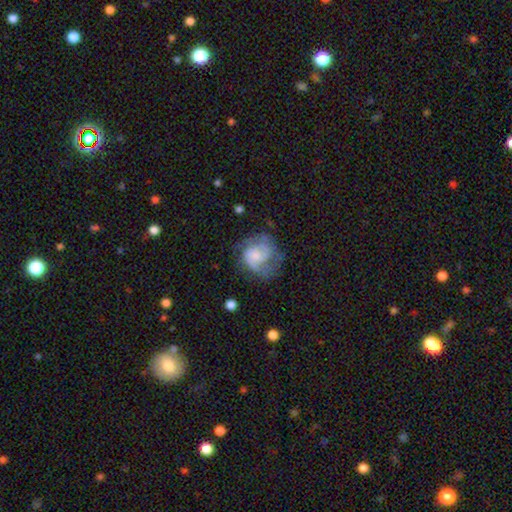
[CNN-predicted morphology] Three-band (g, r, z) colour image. It shows a featured or disk galaxy (69%) with no bar (66%), 2 (57%) medium (45%) spiral arms (88%) and a small central bulge (41%). Merging: none (53%).